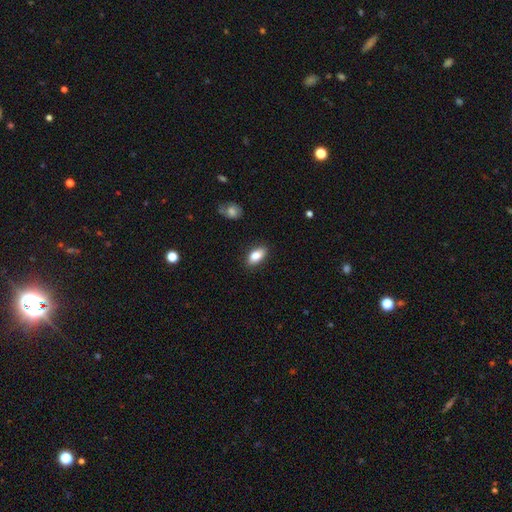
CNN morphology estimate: Smooth or featured?
  - smooth: 86% *
  - star or artifact: 7%
  - featured or disk: 7%
How rounded?
  - in between: 90% *
  - cigar-shaped: 5%
  - round: 4%
Merging?
  - none: 86% *
  - minor disturbance: 10%
  - major disturbance: 2%
  - merger: 1%